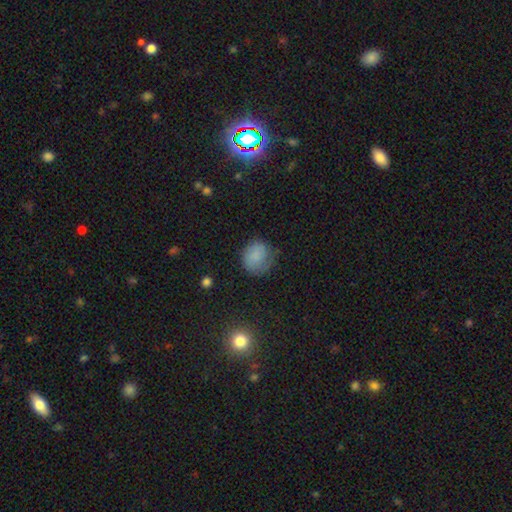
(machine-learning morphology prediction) Q: Smooth or featured?
A: smooth (73%); runner-up: featured or disk (16%)
Q: How rounded?
A: round (76%); runner-up: in between (23%)
Q: Merging?
A: none (60%); runner-up: minor disturbance (25%)